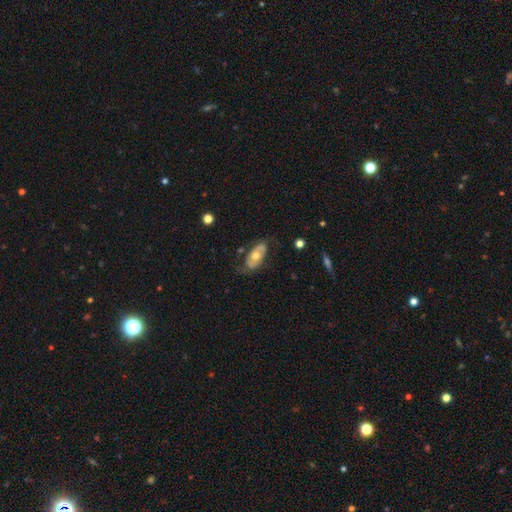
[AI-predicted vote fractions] This is possibly a featured or disk galaxy (54%). It is clearly not viewed edge-on (87%). Merging: likely none (62%).